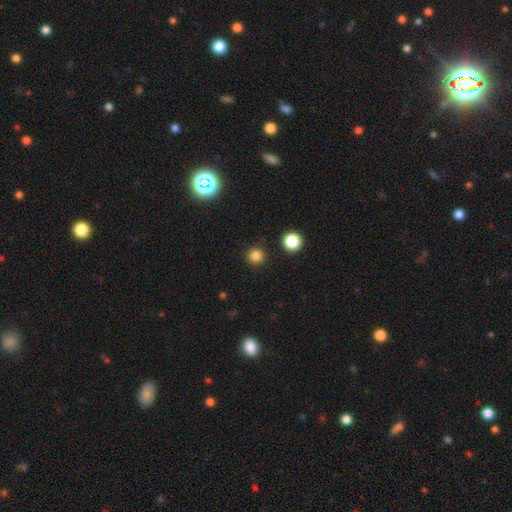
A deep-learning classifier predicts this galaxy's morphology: Overall: smooth (82%). How rounded: round (95%). Merging: none (91%).